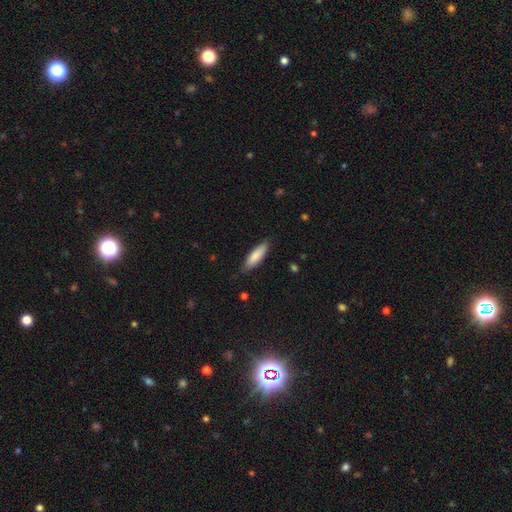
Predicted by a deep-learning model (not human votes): A smooth galaxy with no disk features (83%) that is cigar-shaped (54%). Merging: none (79%).